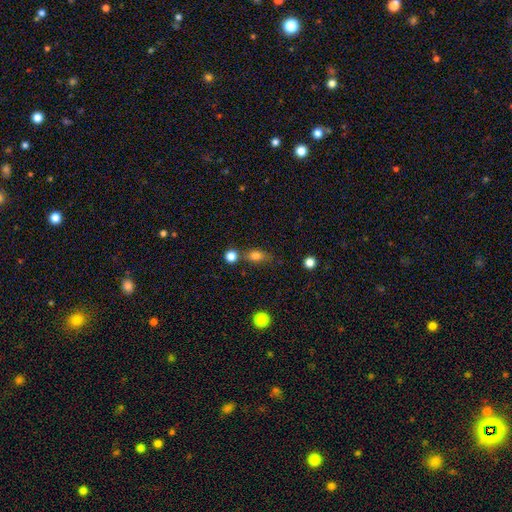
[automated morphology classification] A smooth galaxy with no disk features (79%) that is in between round and cigar-shaped (68%). Merging: none (58%).